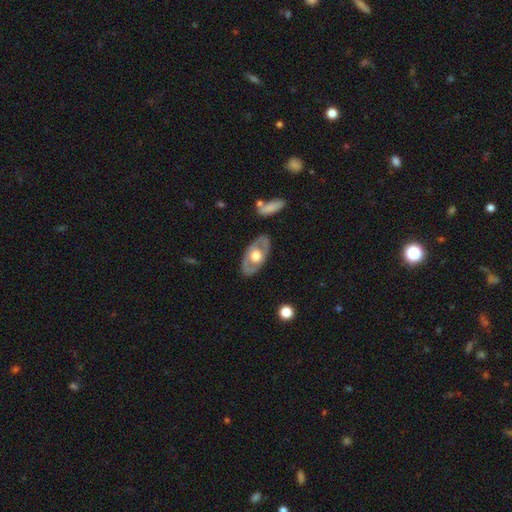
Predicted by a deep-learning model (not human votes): Smooth or featured? Predicted: featured or disk (p=0.60). Edge-on disk? Predicted: no (p=0.84). Bar? Predicted: no (p=0.85). Spiral arms? Predicted: no (p=0.79). Bulge size? Predicted: moderate (p=0.55). Merging? Predicted: none (p=0.82).